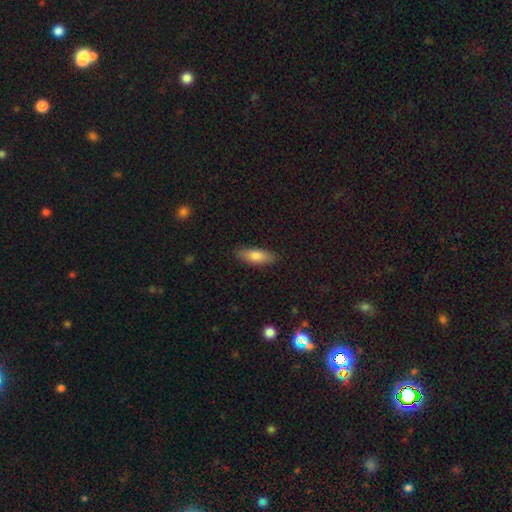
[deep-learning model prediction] This appears to be a smooth galaxy with no disk features (79%) that is in between round and cigar-shaped (61%). Merging: none (87%).